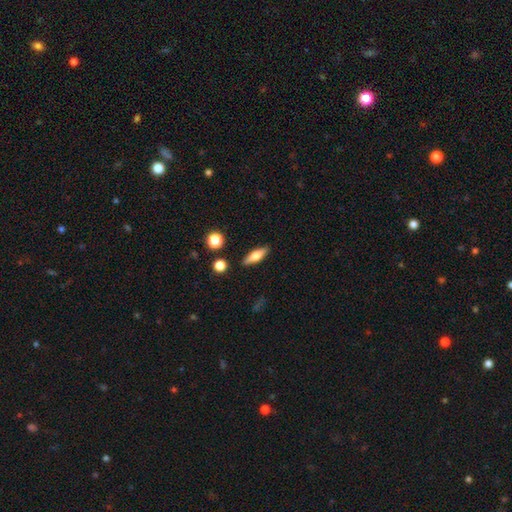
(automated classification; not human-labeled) Smooth or featured: smooth — 55% (featured or disk — 37%)
How rounded: cigar-shaped — 48% (tied with in between — 48%)
Merging: none — 86% (minor disturbance — 9%)